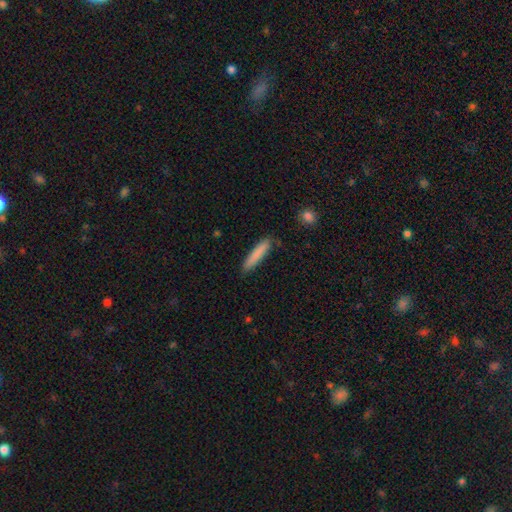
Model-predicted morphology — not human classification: Q: Smooth or featured?
A: smooth (83%); runner-up: featured or disk (11%)
Q: How rounded?
A: cigar-shaped (89%); runner-up: in between (9%)
Q: Merging?
A: none (84%); runner-up: minor disturbance (12%)